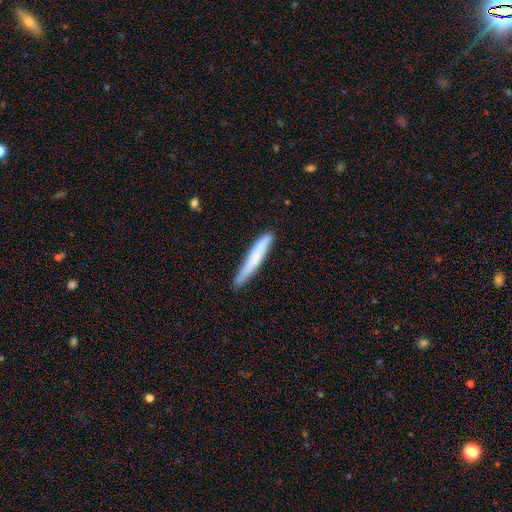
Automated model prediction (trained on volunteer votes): Smooth or featured? Predicted: smooth (p=0.62). How rounded? Predicted: cigar-shaped (p=0.94). Merging? Predicted: none (p=0.78).